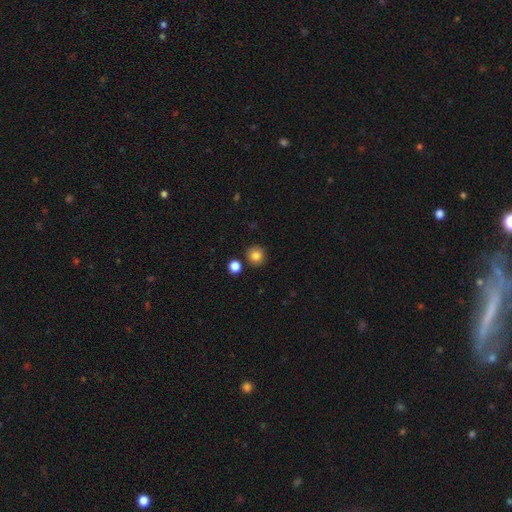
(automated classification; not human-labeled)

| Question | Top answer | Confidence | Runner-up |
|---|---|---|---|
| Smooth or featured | smooth | 84% | star or artifact (11%) |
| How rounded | round | 91% | in between (8%) |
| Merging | none | 86% | minor disturbance (7%) |